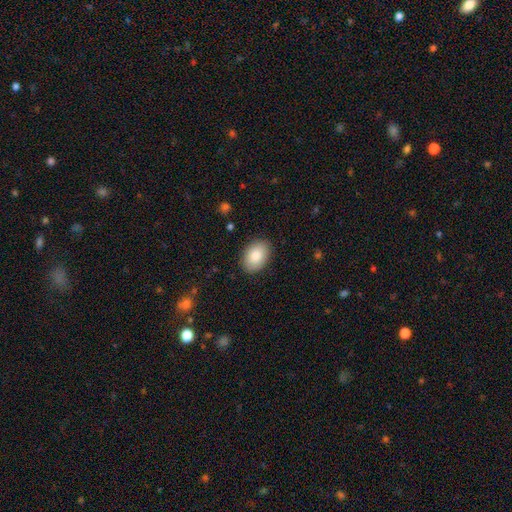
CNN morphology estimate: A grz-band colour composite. It shows a smooth galaxy with no disk features (86%) that is in between round and cigar-shaped (83%). Merging: none (88%).